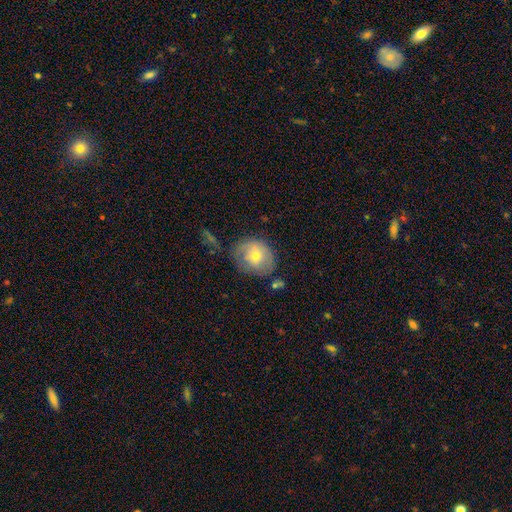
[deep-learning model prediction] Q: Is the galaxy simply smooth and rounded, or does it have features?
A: smooth — 59%.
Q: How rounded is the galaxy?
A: round — 70%.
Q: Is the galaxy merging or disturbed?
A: none — 59%.